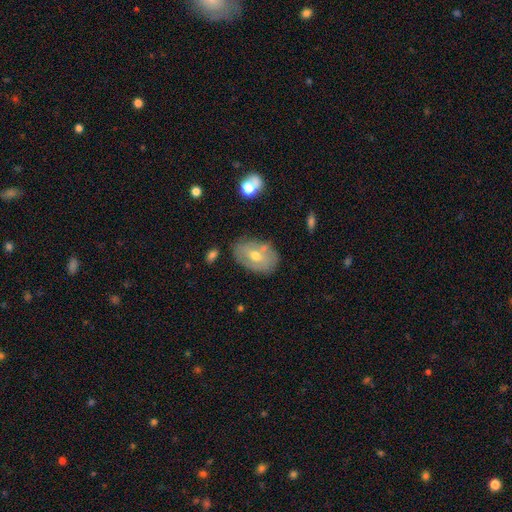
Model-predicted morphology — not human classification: This appears to be a smooth galaxy with no disk features (49%). Merging: none (68%).